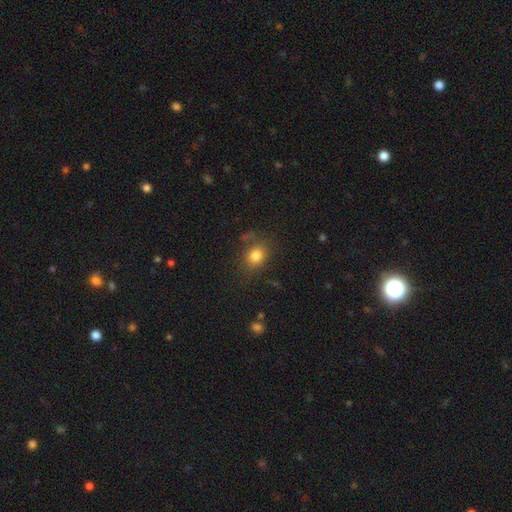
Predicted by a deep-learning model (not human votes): smooth 80%, star or artifact 12%, featured or disk 8%. Down the decision tree: how rounded — round (52%); merging — none (76%).